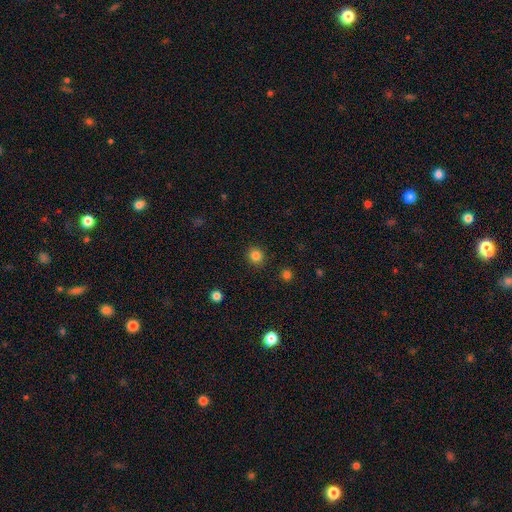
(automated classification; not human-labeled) smooth_or_featured: smooth (p=0.84) [alt: star or artifact p=0.12]
how_rounded: round (p=0.90) [alt: in between p=0.09]
merging: none (p=0.91) [alt: minor disturbance p=0.06]